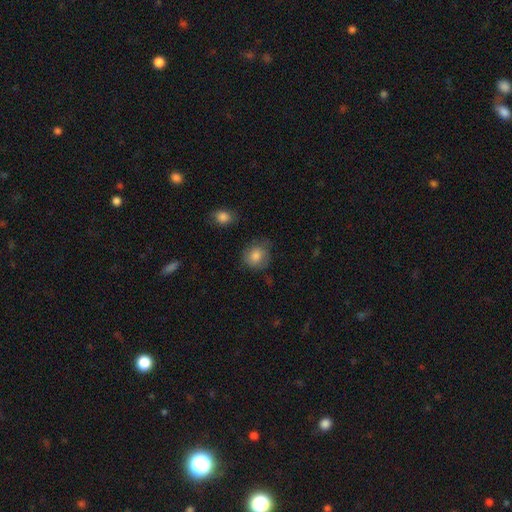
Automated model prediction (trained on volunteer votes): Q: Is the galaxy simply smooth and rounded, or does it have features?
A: smooth — 79%.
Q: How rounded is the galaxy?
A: round — 78%.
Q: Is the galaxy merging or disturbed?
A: none — 65%.